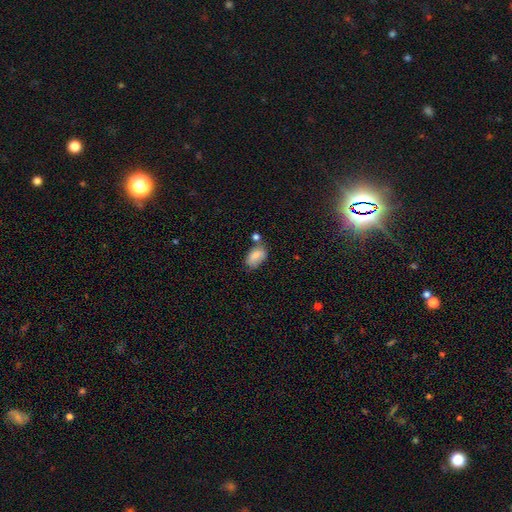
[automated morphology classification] A smooth galaxy with no disk features (81%) that is in between round and cigar-shaped (90%).

Vote fractions:
- Smooth or featured? smooth: 81% / featured or disk: 11% / star or artifact: 8%
- How rounded? in between: 90% / round: 8% / cigar-shaped: 2%
- Merging? none: 54% / minor disturbance: 26% / merger: 14% / major disturbance: 6%